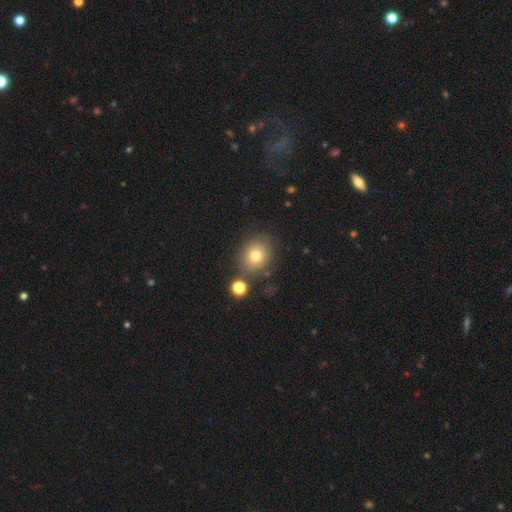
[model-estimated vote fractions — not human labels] Overall: smooth (76%). How rounded: round (66%; in between 33%). Merging: none (75%).